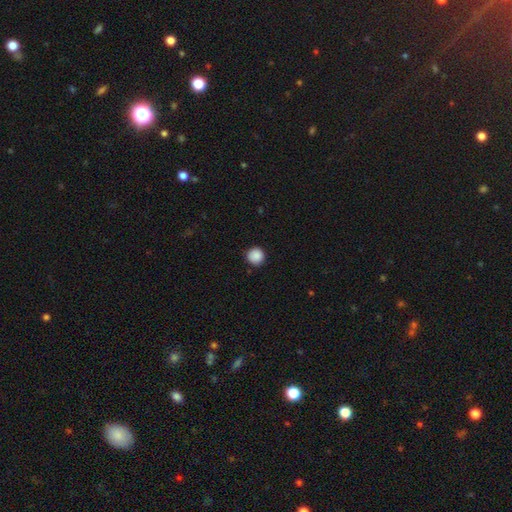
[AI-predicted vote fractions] A smooth galaxy with no disk features (88%) that is round (95%). Merging: none (90%).